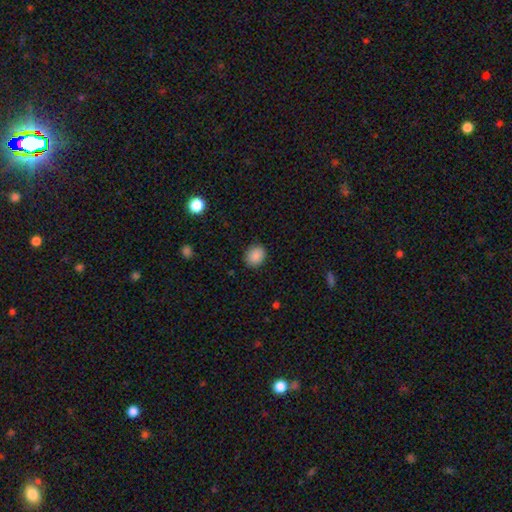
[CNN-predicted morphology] Overall: smooth (88%). How rounded: round (71%). Merging: none (87%).